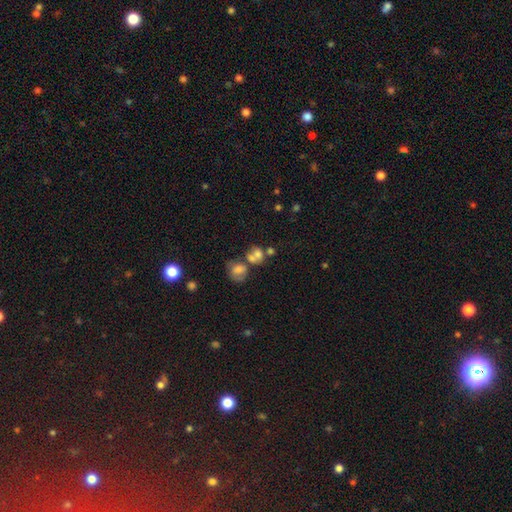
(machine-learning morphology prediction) Smooth or featured? Predicted: smooth (p=0.67). How rounded? Predicted: round (p=0.59). Merging? Predicted: merger (p=0.55).